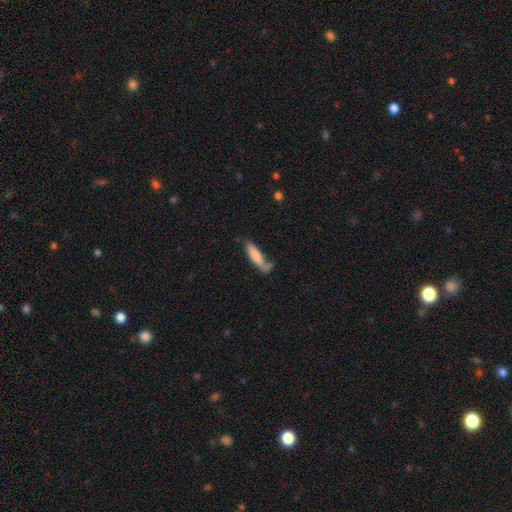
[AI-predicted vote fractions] smooth_or_featured: smooth (p=0.70) [alt: featured or disk p=0.24]
how_rounded: cigar-shaped (p=0.73) [alt: in between p=0.25]
merging: none (p=0.53) [alt: minor disturbance p=0.24]